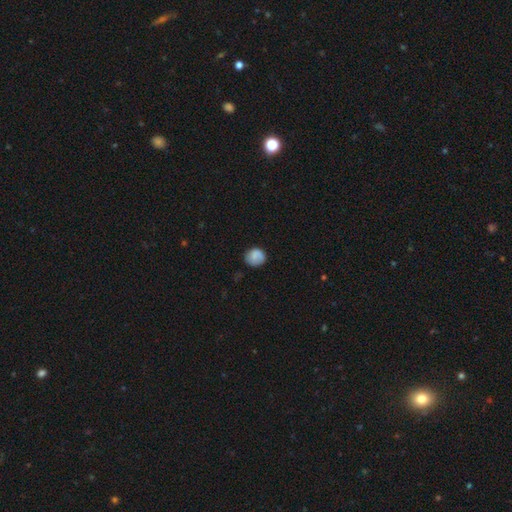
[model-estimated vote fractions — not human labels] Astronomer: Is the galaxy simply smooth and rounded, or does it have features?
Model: smooth — 76%.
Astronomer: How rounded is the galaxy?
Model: round — 81%.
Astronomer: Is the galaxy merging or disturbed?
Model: none — 76%.